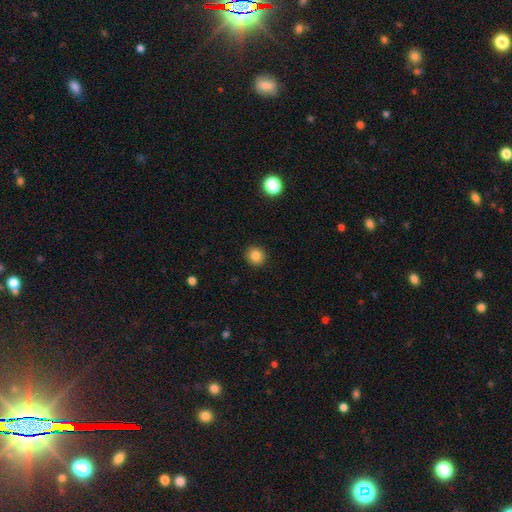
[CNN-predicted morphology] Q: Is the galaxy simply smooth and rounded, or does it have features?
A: smooth — 85%.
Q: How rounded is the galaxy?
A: round — 88%.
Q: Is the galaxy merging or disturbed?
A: none — 92%.